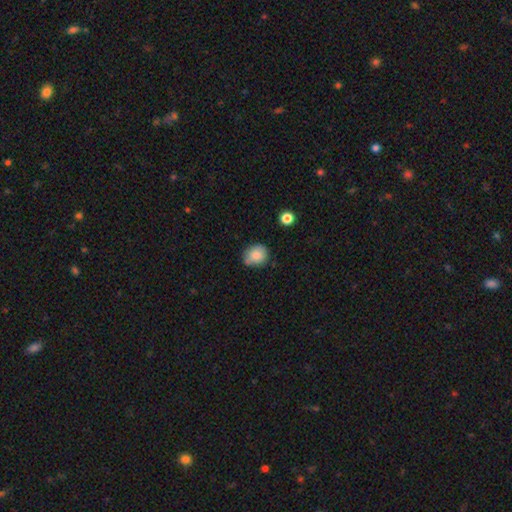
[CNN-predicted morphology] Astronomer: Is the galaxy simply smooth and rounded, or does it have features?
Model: smooth — 84%.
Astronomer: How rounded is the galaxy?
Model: round — 75%.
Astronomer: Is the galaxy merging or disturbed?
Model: none — 71%.